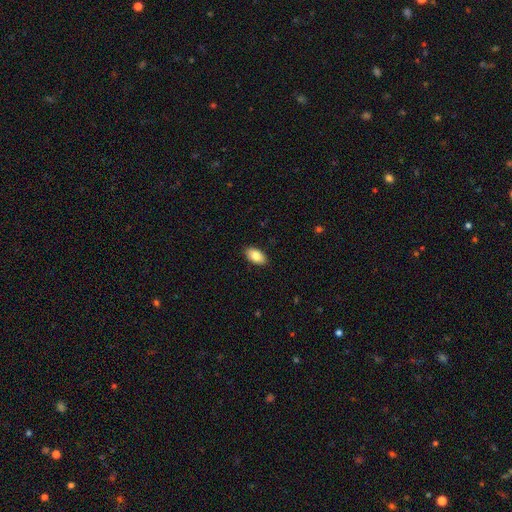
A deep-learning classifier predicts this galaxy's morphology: Smooth or featured: smooth — 85% (featured or disk — 8%)
How rounded: in between — 94% (round — 4%)
Merging: none — 89% (minor disturbance — 8%)